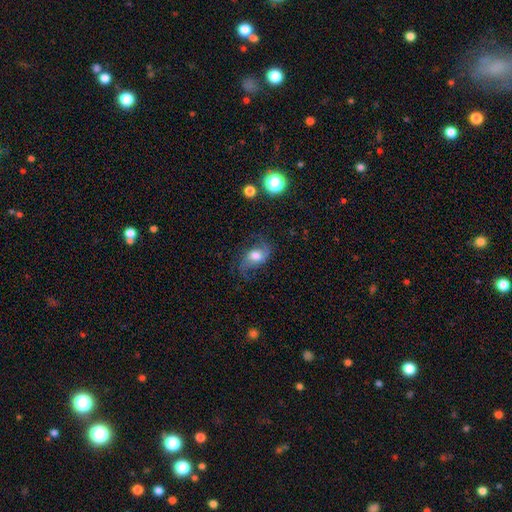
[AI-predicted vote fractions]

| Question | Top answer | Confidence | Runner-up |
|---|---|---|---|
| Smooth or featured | featured or disk | 59% | smooth (31%) |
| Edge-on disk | no | 95% | yes (5%) |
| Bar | no | 57% | weak (32%) |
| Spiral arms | yes | 88% | no (12%) |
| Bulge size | moderate | 58% | large (26%) |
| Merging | none | 59% | minor disturbance (21%) |